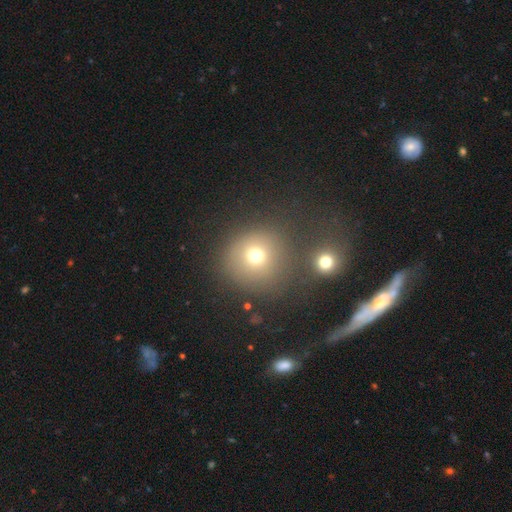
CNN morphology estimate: A smooth galaxy with no disk features (70%) that is round (91%). Merging: none (70%).